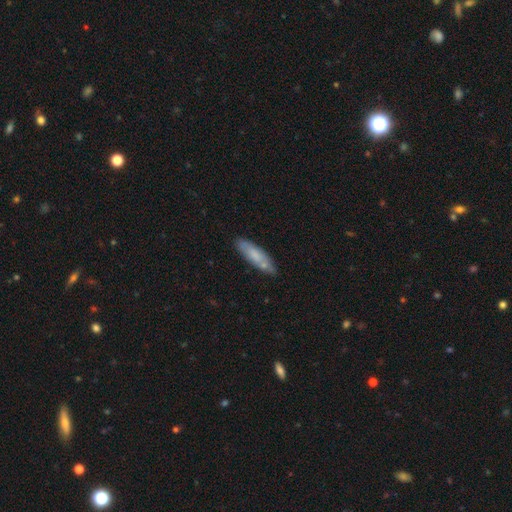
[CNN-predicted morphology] type=smooth (66%); roundness=cigar-shaped (62%); merging=none (77%).